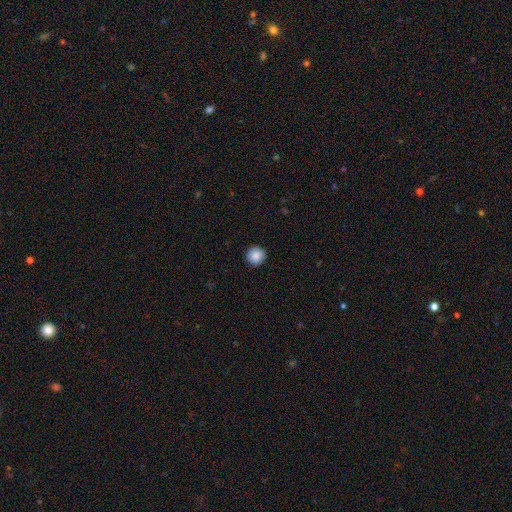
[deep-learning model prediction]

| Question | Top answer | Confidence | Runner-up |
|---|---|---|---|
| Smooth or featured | smooth | 88% | star or artifact (8%) |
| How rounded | round | 95% | in between (4%) |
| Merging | none | 91% | minor disturbance (6%) |